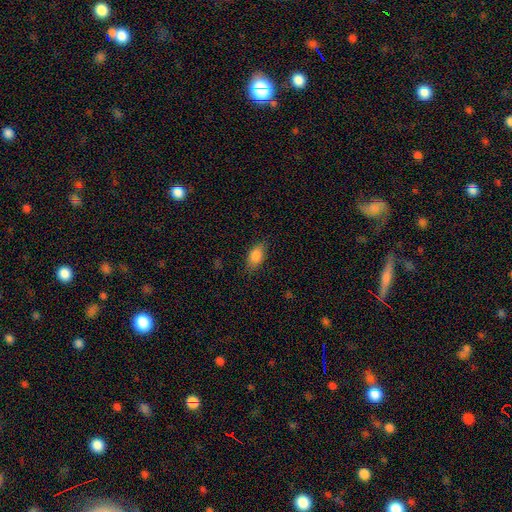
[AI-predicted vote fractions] Smooth or featured? Predicted: smooth (p=0.84). How rounded? Predicted: in between (p=0.89). Merging? Predicted: none (p=0.81).